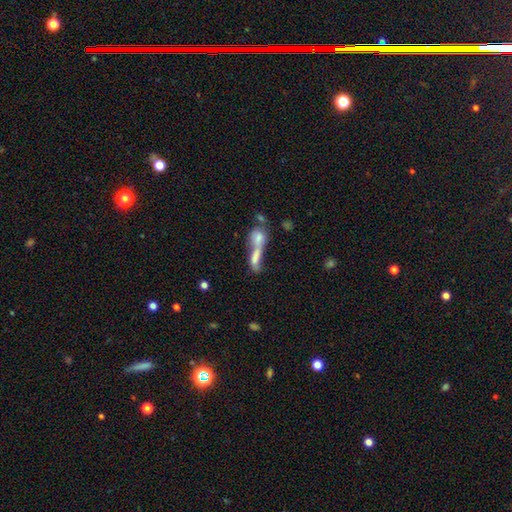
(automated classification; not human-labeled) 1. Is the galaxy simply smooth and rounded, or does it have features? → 53% smooth, 32% featured or disk, 15% star or artifact.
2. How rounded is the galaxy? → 47% cigar-shaped, 37% in between, 16% round.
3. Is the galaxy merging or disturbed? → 62% merger, 22% none, 8% major disturbance, 7% minor disturbance.